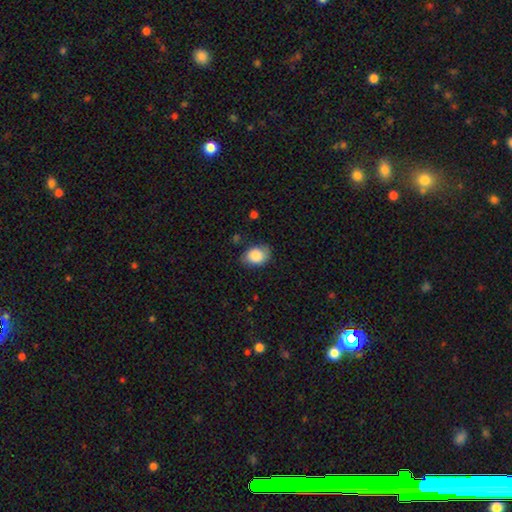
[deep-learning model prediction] smooth_or_featured: smooth (p=0.86) [alt: star or artifact p=0.07]
how_rounded: in between (p=0.66) [alt: round p=0.33]
merging: none (p=0.72) [alt: minor disturbance p=0.22]